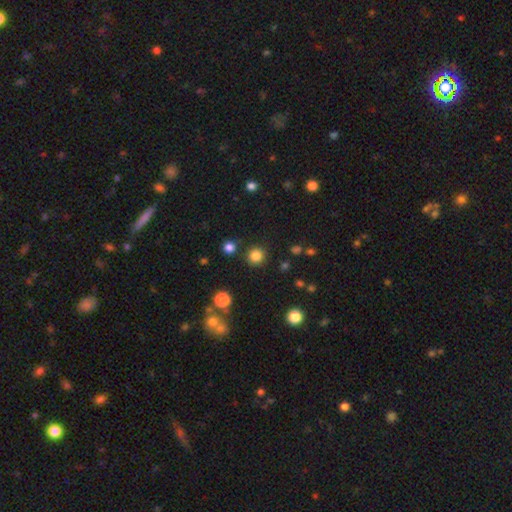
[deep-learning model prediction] Smooth or featured: smooth — 82% (star or artifact — 13%)
How rounded: round — 94% (in between — 5%)
Merging: none — 89% (minor disturbance — 6%)